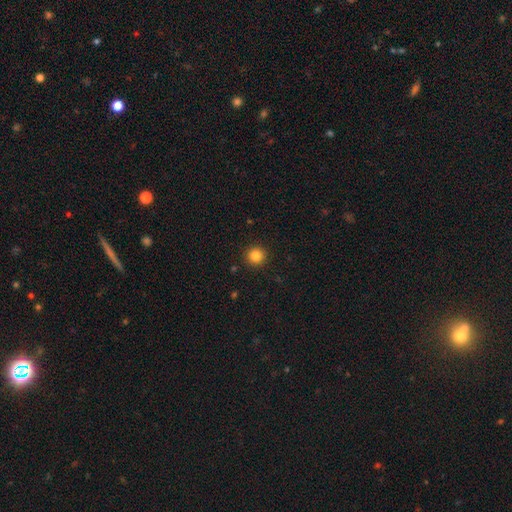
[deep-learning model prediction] This is clearly a smooth galaxy (84%). How rounded: clearly round (95%). Merging: clearly none (93%).